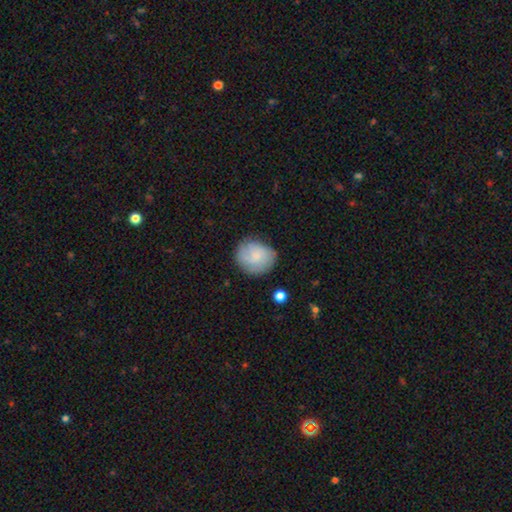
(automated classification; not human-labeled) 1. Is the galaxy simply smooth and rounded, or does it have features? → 66% smooth, 26% featured or disk, 8% star or artifact.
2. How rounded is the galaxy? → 80% round, 19% in between, 1% cigar-shaped.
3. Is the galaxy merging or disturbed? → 72% none, 20% minor disturbance, 6% major disturbance, 2% merger.